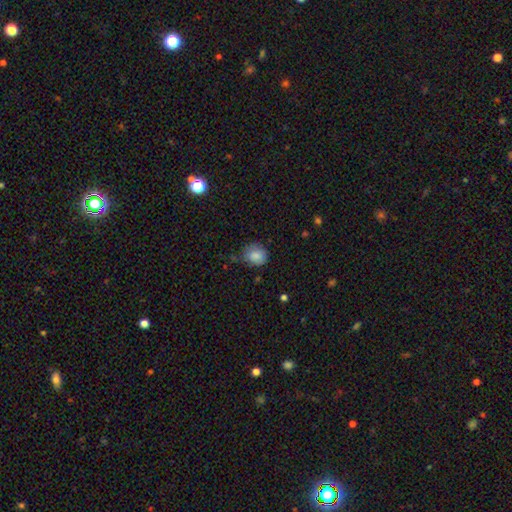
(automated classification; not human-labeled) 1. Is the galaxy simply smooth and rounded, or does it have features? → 84% smooth, 9% star or artifact, 7% featured or disk.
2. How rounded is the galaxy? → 72% round, 27% in between, 1% cigar-shaped.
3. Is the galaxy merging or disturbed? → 67% none, 25% minor disturbance, 6% major disturbance, 2% merger.